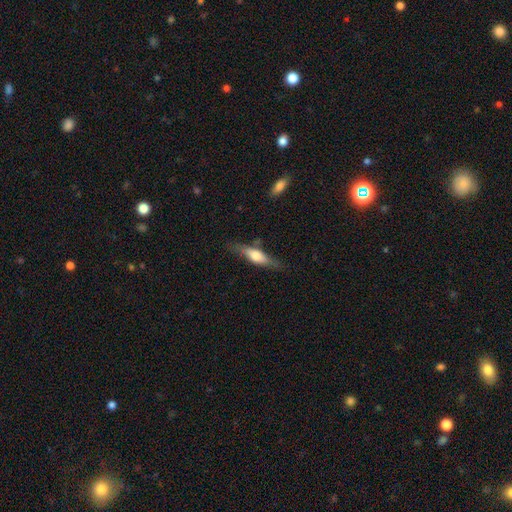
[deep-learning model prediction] This appears to be a featured or disk galaxy (50%) viewed edge-on (90%). Merging: none (76%).